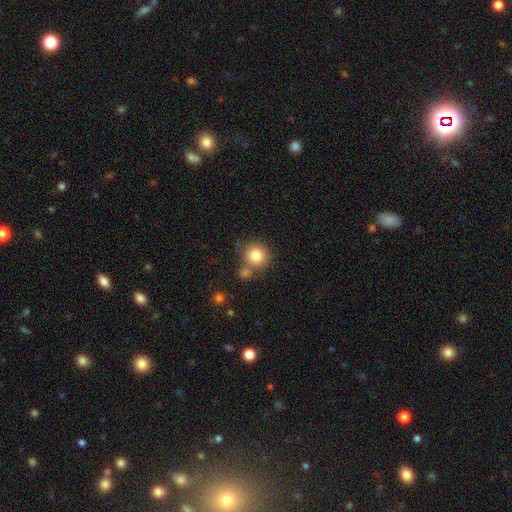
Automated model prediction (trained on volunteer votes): smooth-or-featured: smooth: 82% | star or artifact: 10% | featured or disk: 8%
  how-rounded: round: 90% | in between: 9% | cigar-shaped: 1%
  merging: none: 66% | merger: 19% | minor disturbance: 11% | major disturbance: 4%